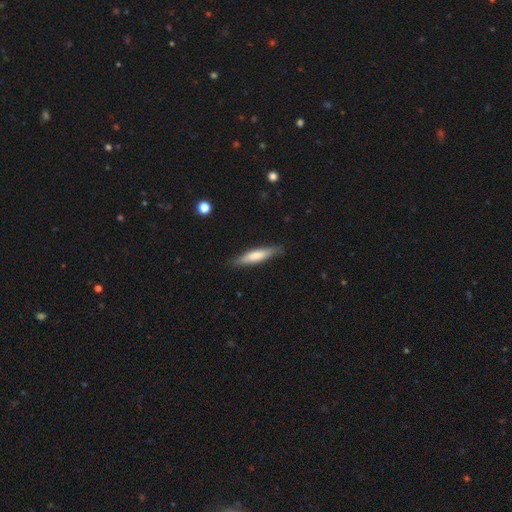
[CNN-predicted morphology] A smooth galaxy with no disk features (67%) that is cigar-shaped (81%).

Vote fractions:
- Smooth or featured? smooth: 67% / featured or disk: 27% / star or artifact: 6%
- How rounded? cigar-shaped: 81% / in between: 17% / round: 1%
- Merging? none: 84% / minor disturbance: 13% / major disturbance: 2% / merger: 1%